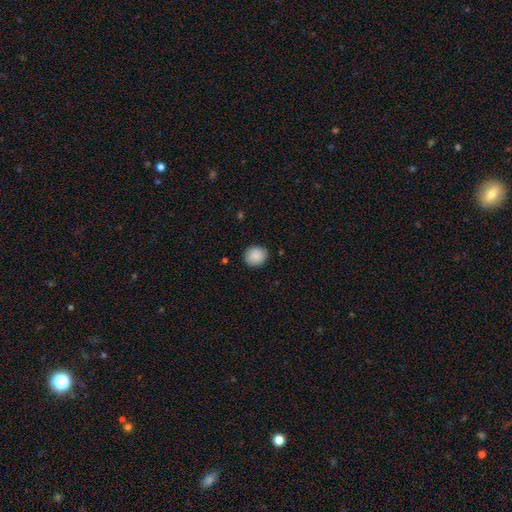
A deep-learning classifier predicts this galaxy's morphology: A smooth galaxy with no disk features (89%) that is round (75%). Merging: none (86%).